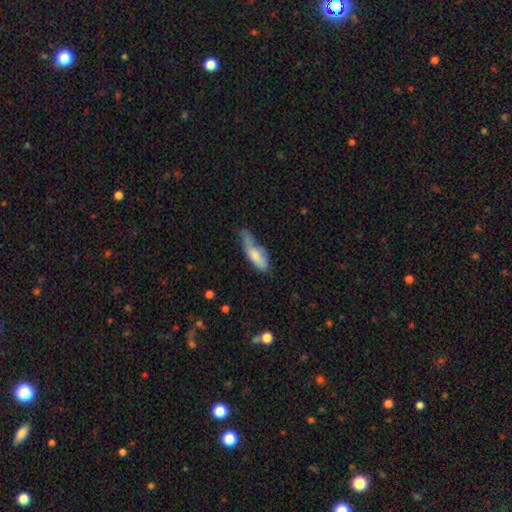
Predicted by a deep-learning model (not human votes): Morphology: type=smooth (73%); roundness=in between (57%); merging=minor disturbance (38%).